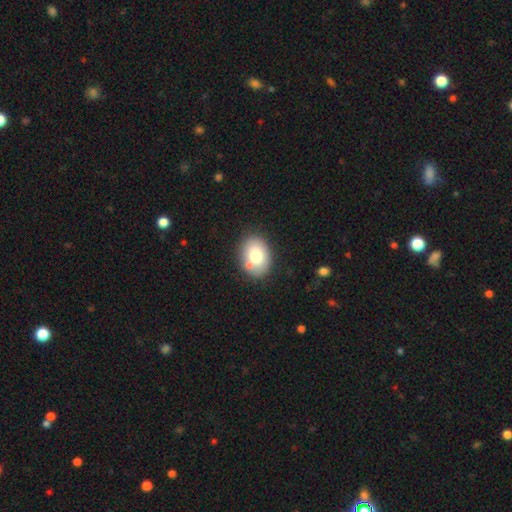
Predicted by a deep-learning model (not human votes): Smooth or featured?
  - smooth: 76% *
  - featured or disk: 16%
  - star or artifact: 8%
How rounded?
  - in between: 70% *
  - round: 29%
  - cigar-shaped: 1%
Merging?
  - none: 72% *
  - minor disturbance: 15%
  - merger: 9%
  - major disturbance: 4%